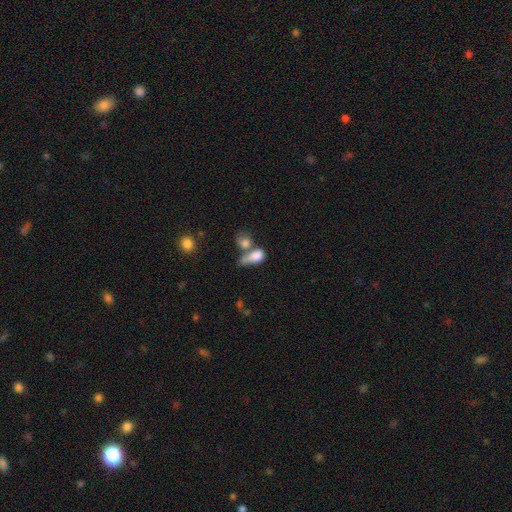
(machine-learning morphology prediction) smooth 78%, featured or disk 13%, star or artifact 9%. Down the decision tree: how rounded — in between (74%); merging — merger (53%).